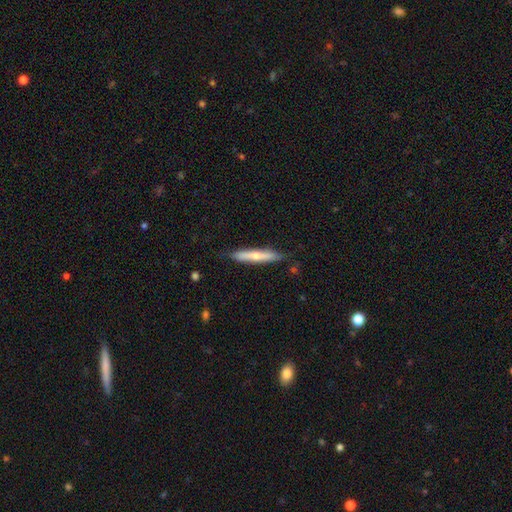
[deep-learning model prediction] Morphology: type=smooth (53%); roundness=cigar-shaped (91%); merging=none (83%).